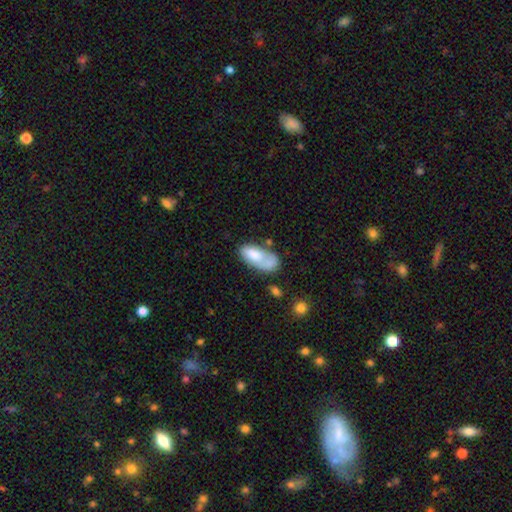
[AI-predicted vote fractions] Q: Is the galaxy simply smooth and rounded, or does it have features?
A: smooth — 73%.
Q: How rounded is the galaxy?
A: in between — 90%.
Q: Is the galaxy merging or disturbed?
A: none — 32%.